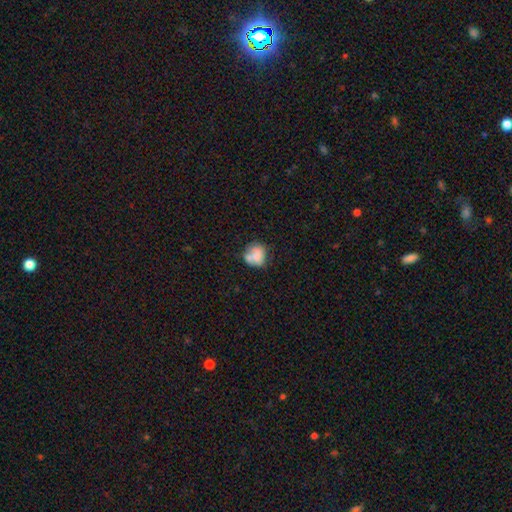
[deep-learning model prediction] This is likely a smooth galaxy (71%). How rounded: likely round (63%). Merging: marginally none (37%).